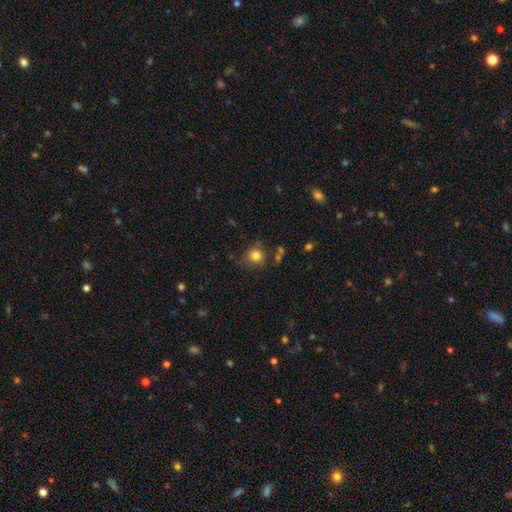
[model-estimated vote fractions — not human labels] Smooth or featured? smooth (81%)
How rounded? round (87%)
Merging? none (69%)